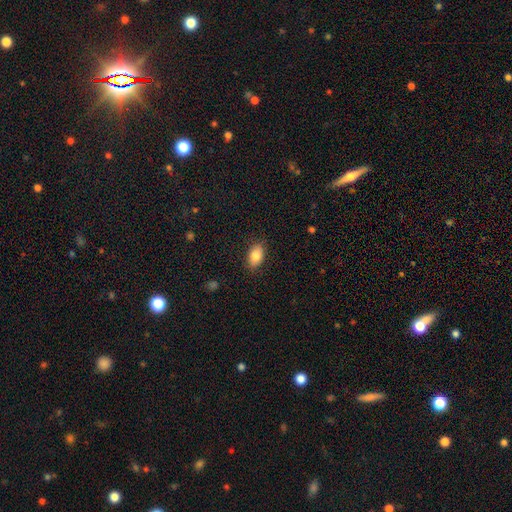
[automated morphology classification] smooth_or_featured: smooth (p=0.83) [alt: featured or disk p=0.09]
how_rounded: in between (p=0.90) [alt: round p=0.08]
merging: none (p=0.85) [alt: minor disturbance p=0.11]